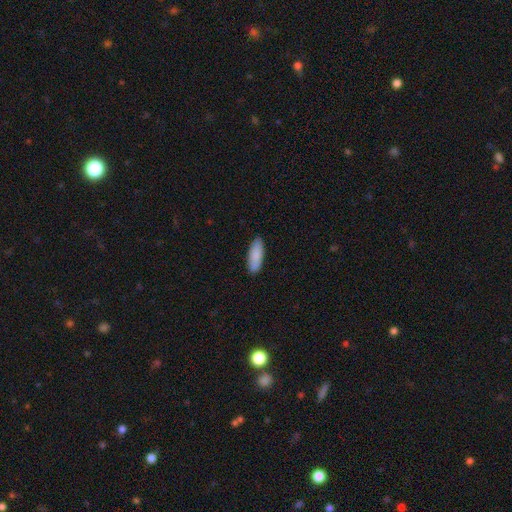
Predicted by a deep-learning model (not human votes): smooth_or_featured: smooth (p=0.87) [alt: featured or disk p=0.07]
how_rounded: in between (p=0.67) [alt: cigar-shaped p=0.31]
merging: none (p=0.86) [alt: minor disturbance p=0.11]